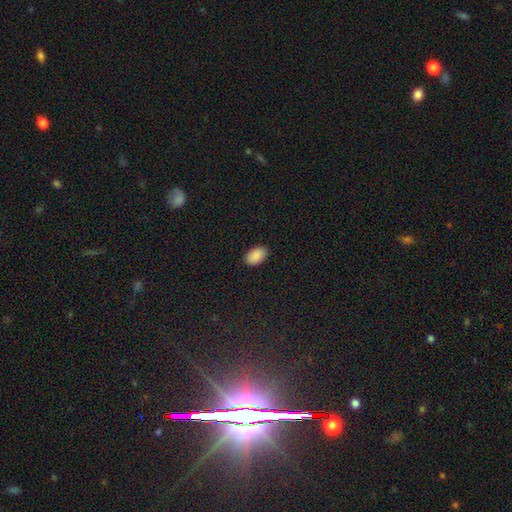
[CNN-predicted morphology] smooth-or-featured: smooth: 90% | star or artifact: 7% | featured or disk: 3%
  how-rounded: in between: 93% | round: 5% | cigar-shaped: 1%
  merging: none: 89% | minor disturbance: 8% | major disturbance: 2% | merger: 1%